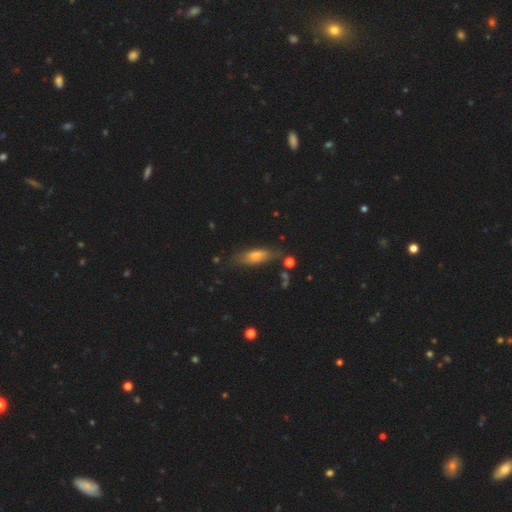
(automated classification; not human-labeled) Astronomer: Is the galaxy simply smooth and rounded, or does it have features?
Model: smooth — 59%.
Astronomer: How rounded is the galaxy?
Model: in between — 54% (runner-up: cigar-shaped, 43%).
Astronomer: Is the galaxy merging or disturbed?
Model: none — 74%.